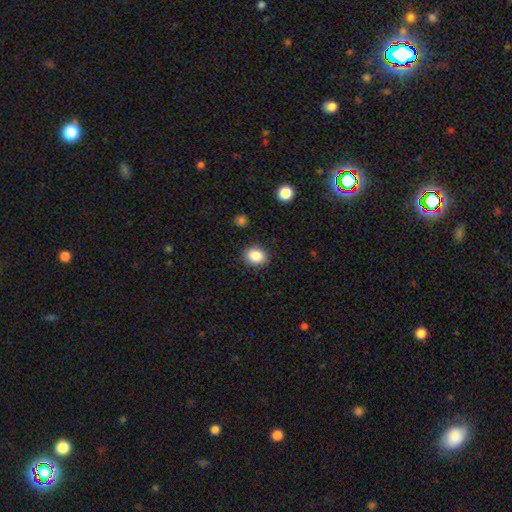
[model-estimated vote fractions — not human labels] A smooth galaxy with no disk features (88%) that is in between round and cigar-shaped (55%).

Vote fractions:
- Smooth or featured? smooth: 88% / star or artifact: 9% / featured or disk: 4%
- How rounded? in between: 55% / round: 45% / cigar-shaped: 1%
- Merging? none: 87% / minor disturbance: 9% / major disturbance: 3% / merger: 1%